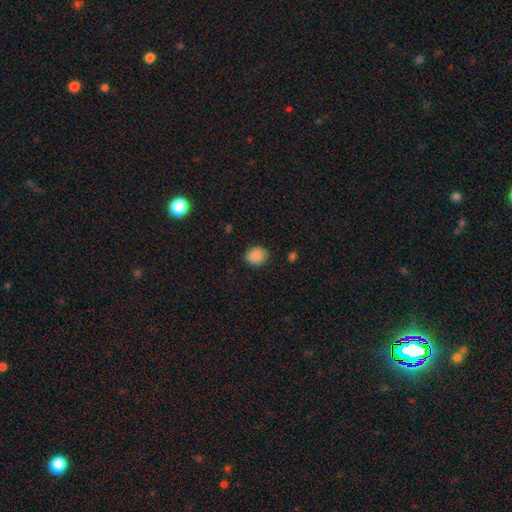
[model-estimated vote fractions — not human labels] A smooth galaxy with no disk features (88%) that is round (67%).

Vote fractions:
- Smooth or featured? smooth: 88% / star or artifact: 9% / featured or disk: 3%
- How rounded? round: 67% / in between: 32% / cigar-shaped: 1%
- Merging? none: 85% / minor disturbance: 11% / major disturbance: 3% / merger: 1%